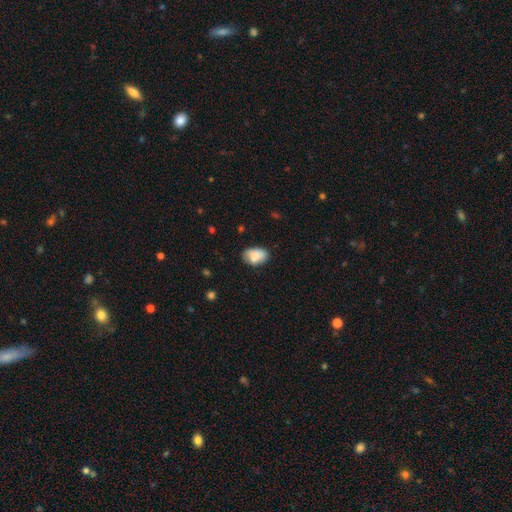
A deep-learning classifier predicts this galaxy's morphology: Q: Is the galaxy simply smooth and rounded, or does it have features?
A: smooth — 80%.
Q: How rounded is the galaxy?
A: in between — 84%.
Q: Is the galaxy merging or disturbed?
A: none — 62%.